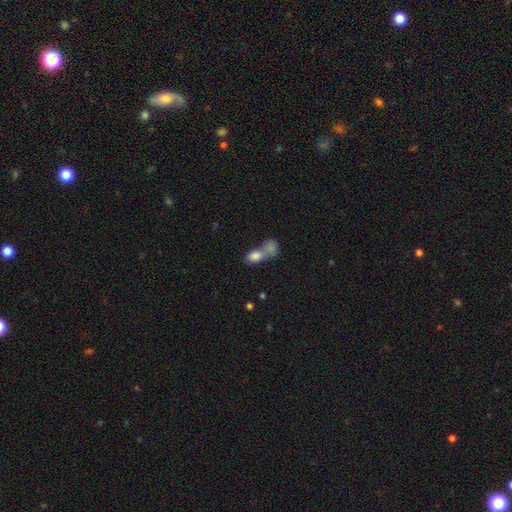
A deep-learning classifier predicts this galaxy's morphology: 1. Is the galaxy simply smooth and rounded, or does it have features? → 82% smooth, 10% featured or disk, 8% star or artifact.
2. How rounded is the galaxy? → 82% in between, 15% round, 3% cigar-shaped.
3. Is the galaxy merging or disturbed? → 68% merger, 20% none, 7% minor disturbance, 5% major disturbance.